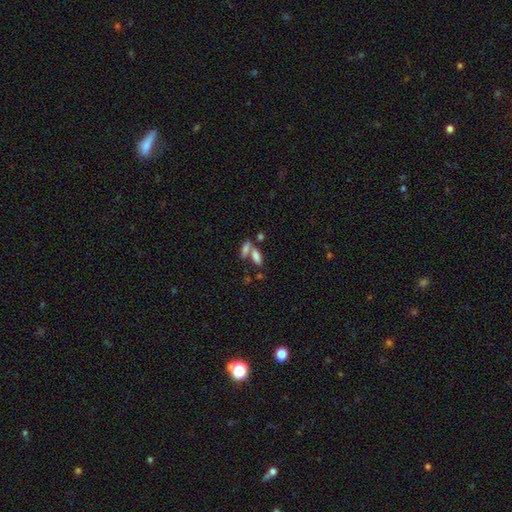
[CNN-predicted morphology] This appears to be a smooth galaxy with no disk features (77%) that is in between round and cigar-shaped (73%). Merging: merger (49%).